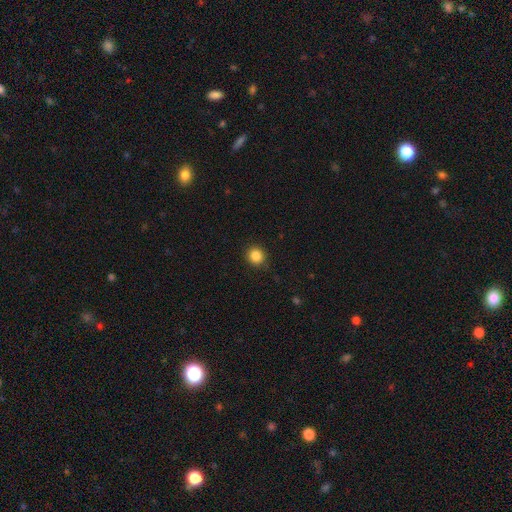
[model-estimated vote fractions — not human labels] Smooth or featured? smooth (86%)
How rounded? round (88%)
Merging? none (88%)